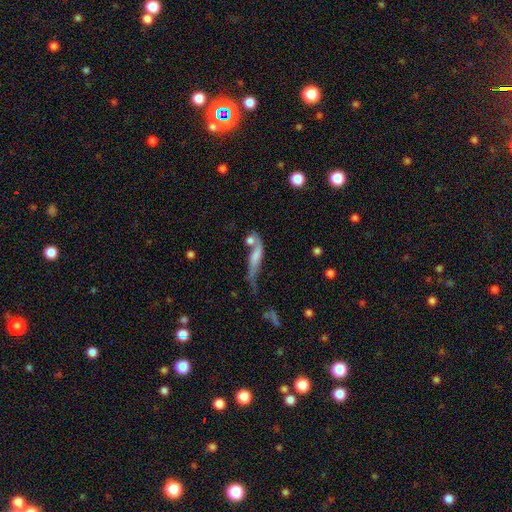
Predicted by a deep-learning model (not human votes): Smooth or featured? Predicted: smooth (p=0.50). Merging? Predicted: merger (p=0.36).